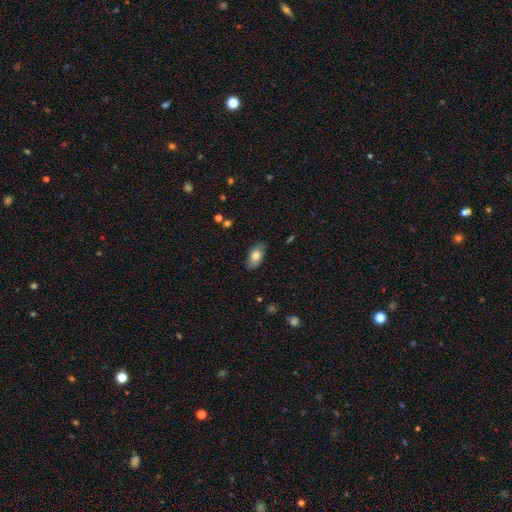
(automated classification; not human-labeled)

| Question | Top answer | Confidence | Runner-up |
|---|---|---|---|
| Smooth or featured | smooth | 80% | featured or disk (14%) |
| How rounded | in between | 92% | round (4%) |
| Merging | none | 84% | minor disturbance (12%) |